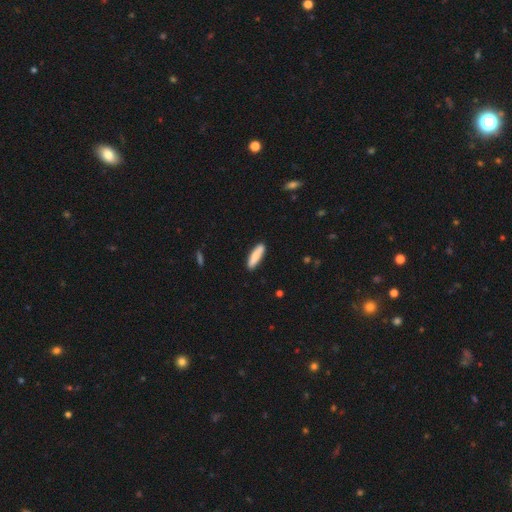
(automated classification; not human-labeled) A smooth galaxy with no disk features (81%) that is cigar-shaped (72%). Merging: none (87%).